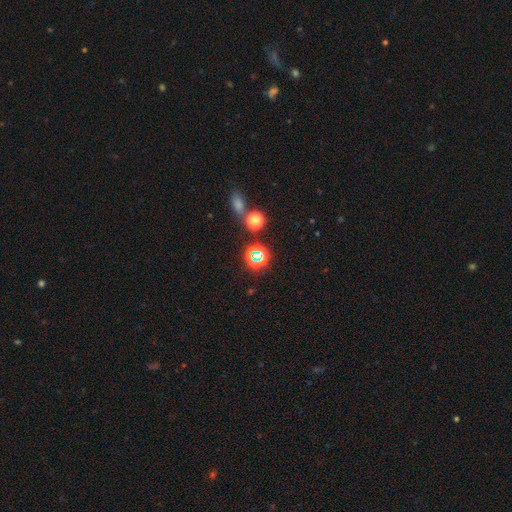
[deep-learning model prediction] Smooth or featured? star or artifact (59%)